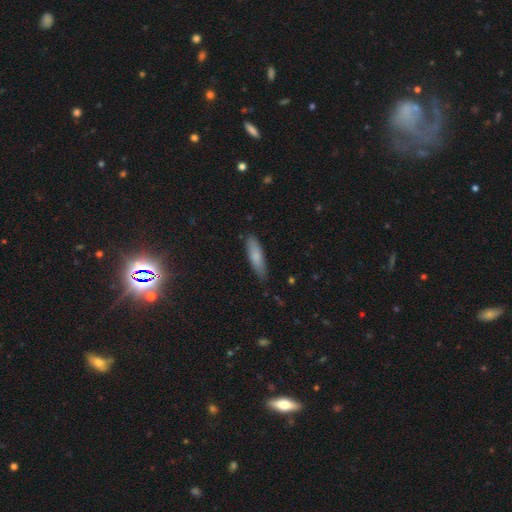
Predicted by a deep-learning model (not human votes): A smooth galaxy with no disk features (77%) that is cigar-shaped (67%). Merging: none (81%).